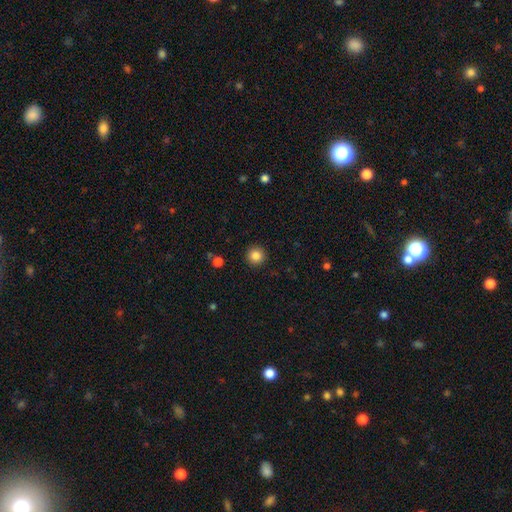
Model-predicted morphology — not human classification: Smooth or featured?
  - smooth: 85% *
  - star or artifact: 10%
  - featured or disk: 5%
How rounded?
  - round: 95% *
  - in between: 4%
  - cigar-shaped: 1%
Merging?
  - none: 93% *
  - minor disturbance: 5%
  - major disturbance: 2%
  - merger: 1%